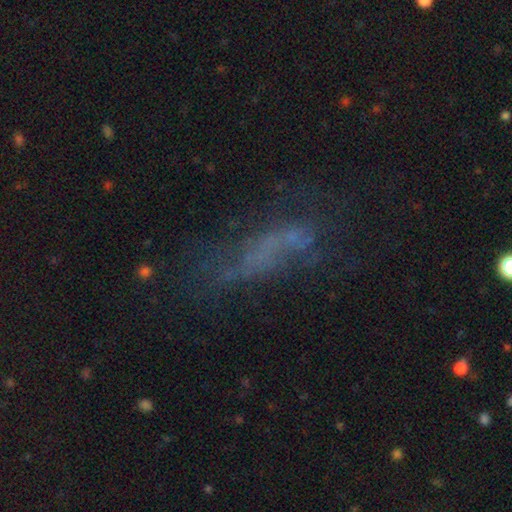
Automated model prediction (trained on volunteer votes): smooth-or-featured: featured or disk: 42% | smooth: 36% | star or artifact: 21%
  merging: none: 42% | major disturbance: 30% | minor disturbance: 19% | merger: 8%